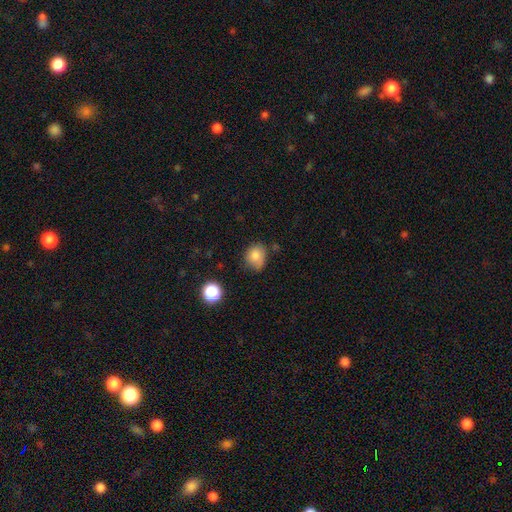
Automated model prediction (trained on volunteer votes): smooth-or-featured: smooth: 81% | star or artifact: 11% | featured or disk: 8%
  how-rounded: round: 64% | in between: 35% | cigar-shaped: 1%
  merging: none: 61% | minor disturbance: 29% | major disturbance: 6% | merger: 4%